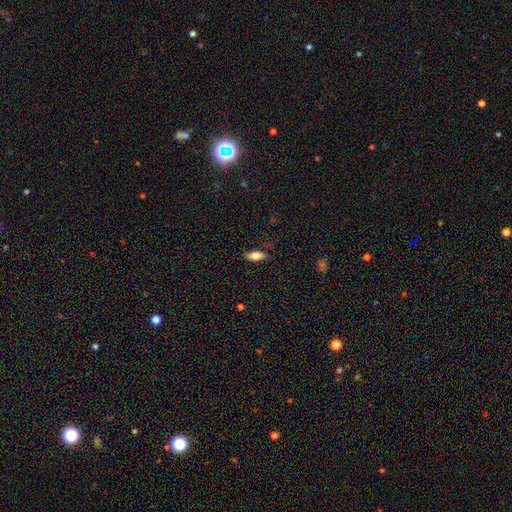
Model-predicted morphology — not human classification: A smooth galaxy with no disk features (76%) that is in between round and cigar-shaped (79%).

Vote fractions:
- Smooth or featured? smooth: 76% / featured or disk: 17% / star or artifact: 8%
- How rounded? in between: 79% / cigar-shaped: 18% / round: 3%
- Merging? none: 80% / minor disturbance: 15% / major disturbance: 4% / merger: 1%